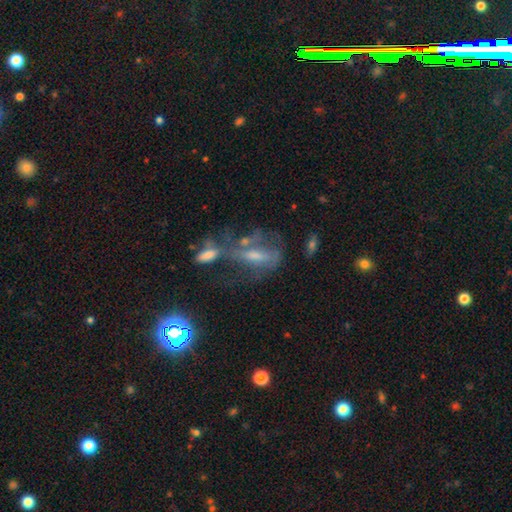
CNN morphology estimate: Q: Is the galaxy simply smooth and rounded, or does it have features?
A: featured or disk — 54%.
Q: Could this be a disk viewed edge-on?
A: no — 83%.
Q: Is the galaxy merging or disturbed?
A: merger — 33%.